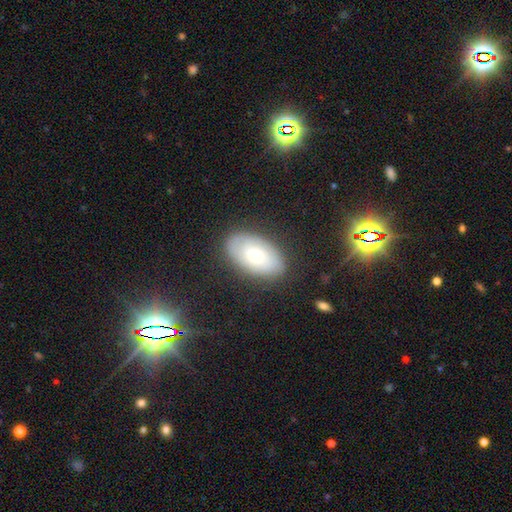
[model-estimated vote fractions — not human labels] Overall: smooth (59%; featured or disk 33%). How rounded: in between (93%). Merging: none (82%).